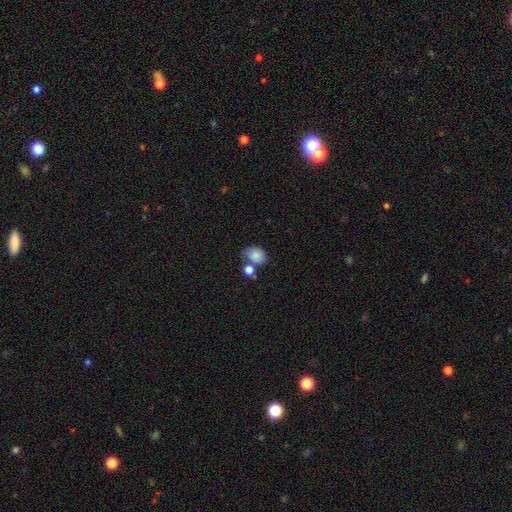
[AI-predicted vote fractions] A smooth galaxy with no disk features (81%) that is in between round and cigar-shaped (53%). Merging: none (47%).